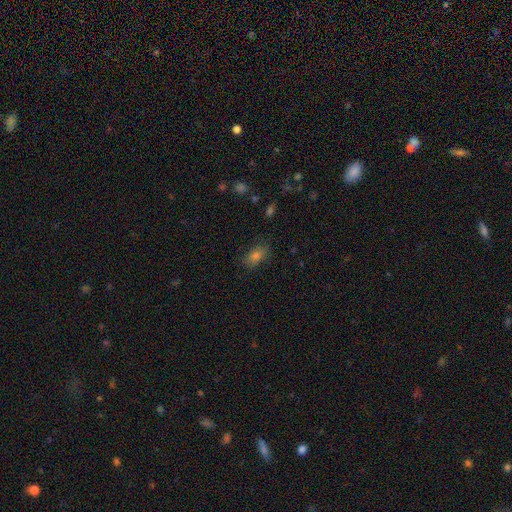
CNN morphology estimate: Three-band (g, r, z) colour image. It shows a smooth galaxy with no disk features (71%) that is in between round and cigar-shaped (83%). Merging: none (82%).